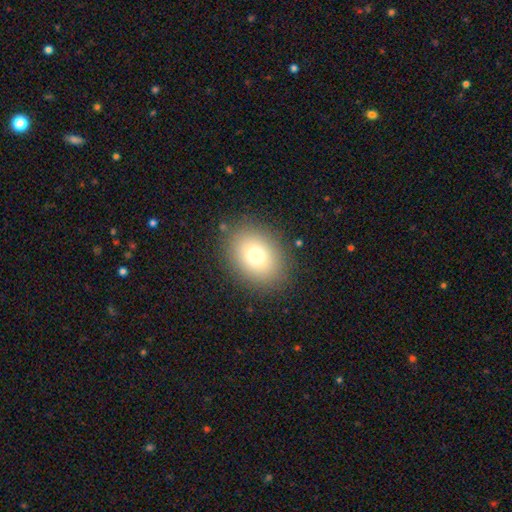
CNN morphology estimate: Smooth or featured? Predicted: smooth (p=0.75). How rounded? Predicted: in between (p=0.61). Merging? Predicted: none (p=0.86).